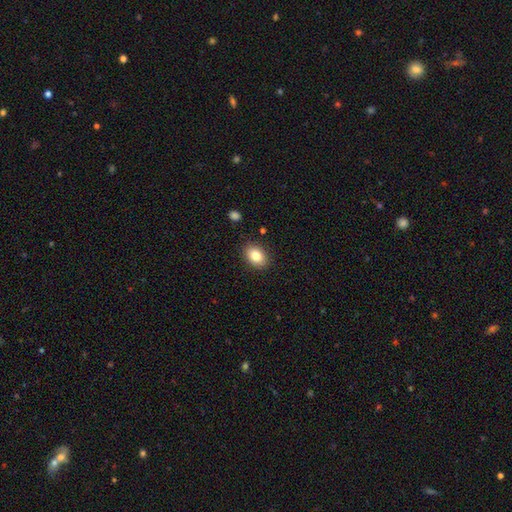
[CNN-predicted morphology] Overall: smooth (83%). How rounded: in between (78%). Merging: none (88%).